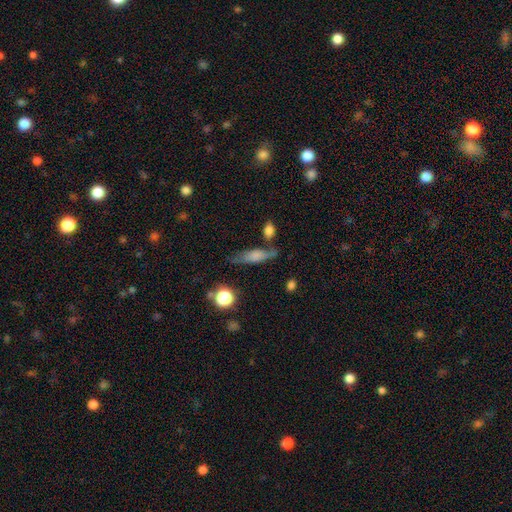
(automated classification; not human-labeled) smooth 62%, featured or disk 29%, star or artifact 9%. Down the decision tree: how rounded — cigar-shaped (57%); merging — none (58%).